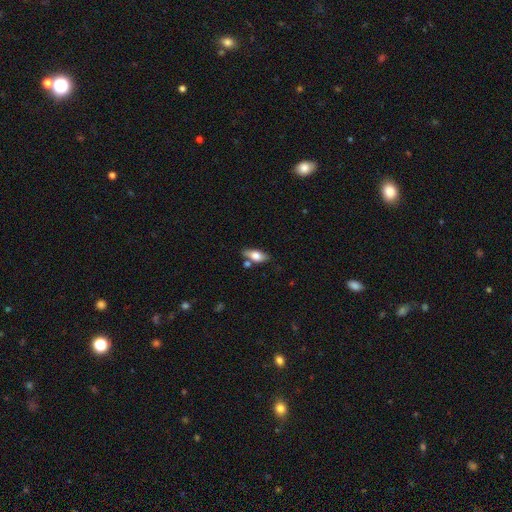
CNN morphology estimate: type=smooth (67%); roundness=in between (77%); merging=none (68%).